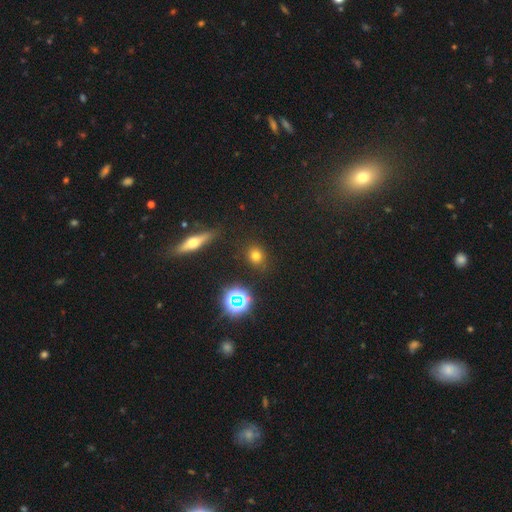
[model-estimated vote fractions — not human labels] This appears to be a smooth galaxy with no disk features (69%) that is round (74%). Merging: none (87%).